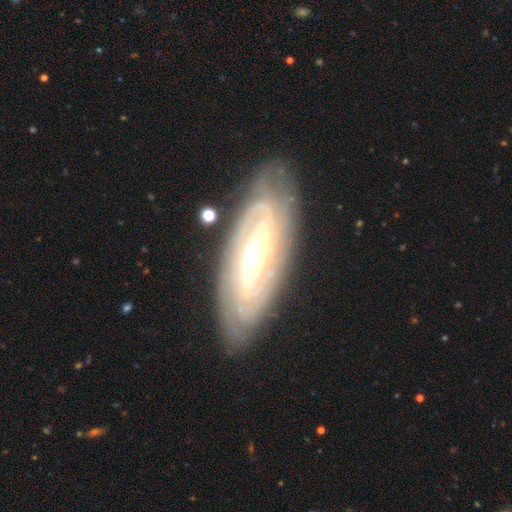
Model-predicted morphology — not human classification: Overall: featured or disk (86%). Edge-on disk: no (90%). Bar: weak (36%; strong 33%). Spiral arms: yes (94%). Spiral arm count: 2 (45%; can't tell 29%). Spiral winding: tight (64%; medium 28%). Bulge size: moderate (64%). Merging: none (80%).